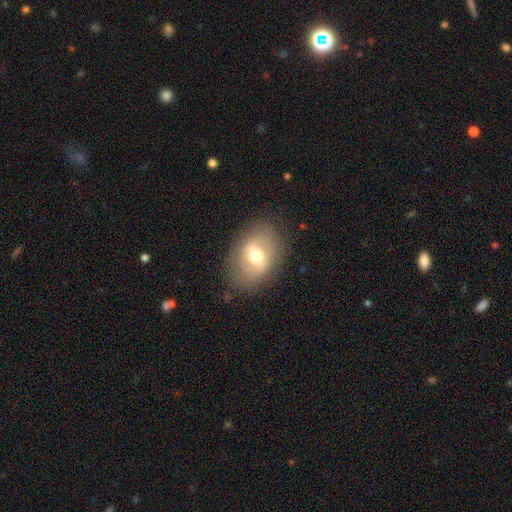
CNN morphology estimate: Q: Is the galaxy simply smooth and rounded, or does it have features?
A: smooth — 50%.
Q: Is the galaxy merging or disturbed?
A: none — 79%.